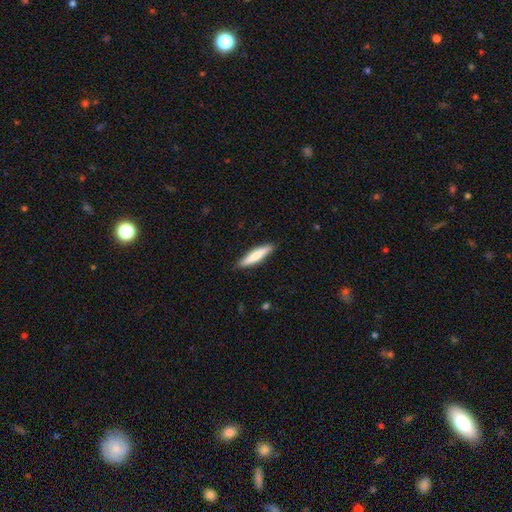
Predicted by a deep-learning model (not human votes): smooth_or_featured: smooth (p=0.73) [alt: featured or disk p=0.22]
how_rounded: cigar-shaped (p=0.85) [alt: in between p=0.14]
merging: none (p=0.89) [alt: minor disturbance p=0.08]